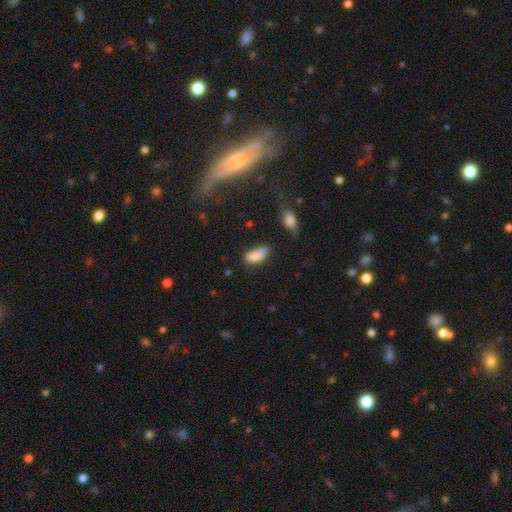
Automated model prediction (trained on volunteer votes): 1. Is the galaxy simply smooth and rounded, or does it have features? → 80% smooth, 10% featured or disk, 10% star or artifact.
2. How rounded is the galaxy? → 80% in between, 17% cigar-shaped, 3% round.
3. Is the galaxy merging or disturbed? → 42% none, 33% minor disturbance, 14% major disturbance, 11% merger.